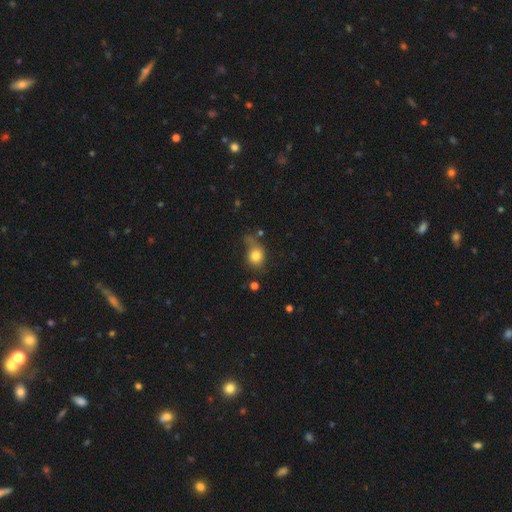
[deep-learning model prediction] Smooth or featured? Predicted: smooth (p=0.79). How rounded? Predicted: round (p=0.65). Merging? Predicted: none (p=0.44).